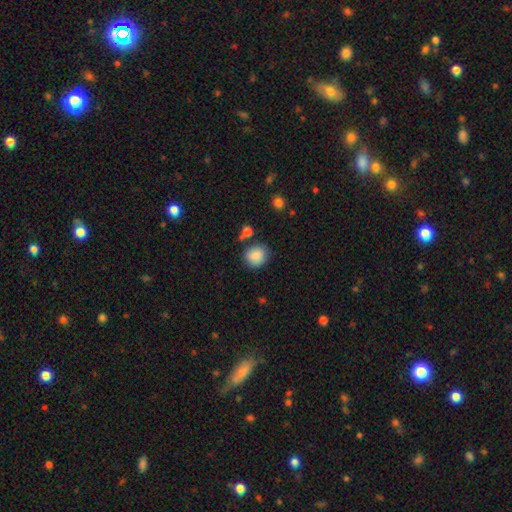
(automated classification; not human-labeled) smooth_or_featured: smooth (p=0.85) [alt: star or artifact p=0.08]
how_rounded: round (p=0.74) [alt: in between p=0.25]
merging: none (p=0.78) [alt: minor disturbance p=0.13]